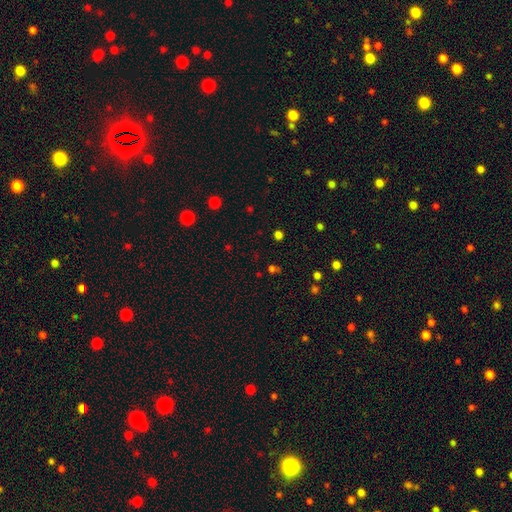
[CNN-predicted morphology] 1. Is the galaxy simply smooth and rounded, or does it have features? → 47% star or artifact, 46% smooth, 7% featured or disk.